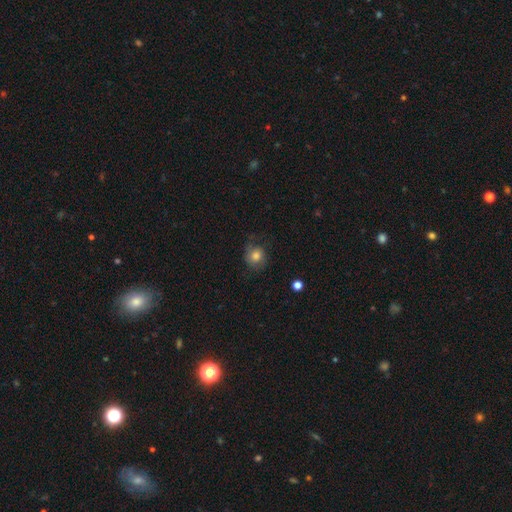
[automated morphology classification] A smooth galaxy with no disk features (72%) that is round (72%). Merging: none (59%).